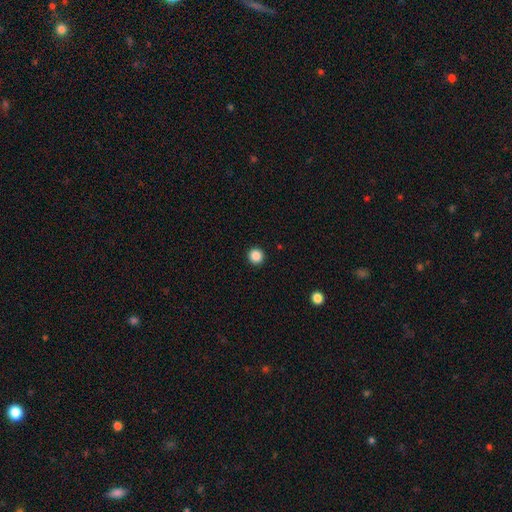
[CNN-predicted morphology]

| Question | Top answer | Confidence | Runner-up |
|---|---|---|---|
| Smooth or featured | smooth | 87% | star or artifact (10%) |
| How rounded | round | 95% | in between (4%) |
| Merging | none | 94% | minor disturbance (4%) |